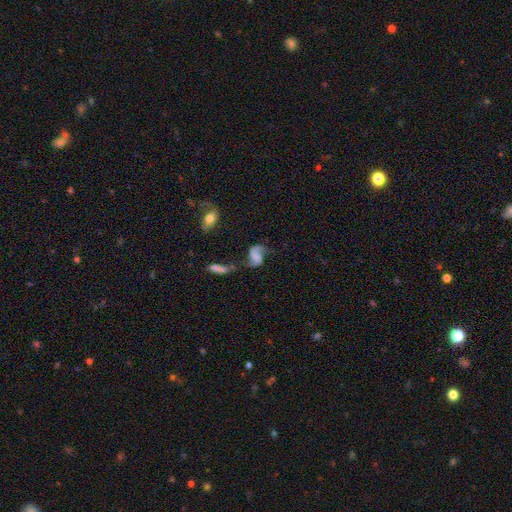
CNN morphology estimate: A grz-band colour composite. It shows a featured or disk galaxy (81%) with no bar (52%), 2 (91%) loose (67%) spiral arms (95%) and no central bulge (51%). Merging: none (53%).